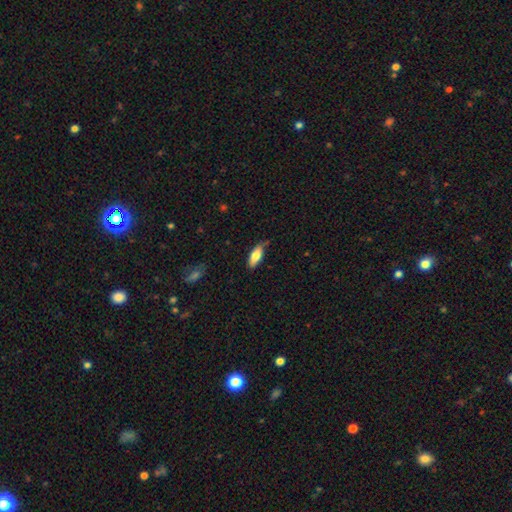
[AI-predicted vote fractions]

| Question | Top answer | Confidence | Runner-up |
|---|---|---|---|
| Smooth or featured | smooth | 78% | featured or disk (16%) |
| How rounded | in between | 75% | cigar-shaped (23%) |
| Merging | none | 73% | minor disturbance (22%) |